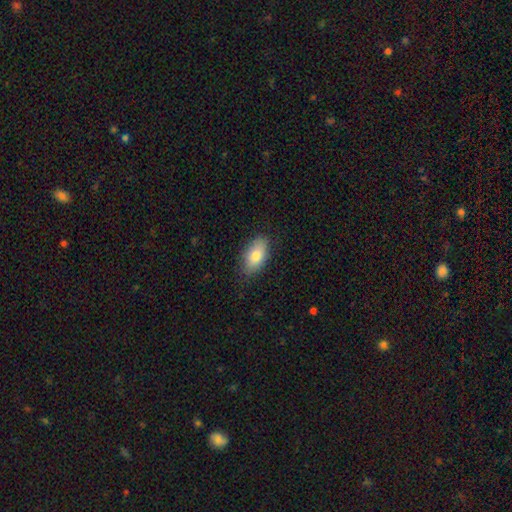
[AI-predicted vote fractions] A smooth galaxy with no disk features (81%) that is in between round and cigar-shaped (92%). Merging: none (82%).